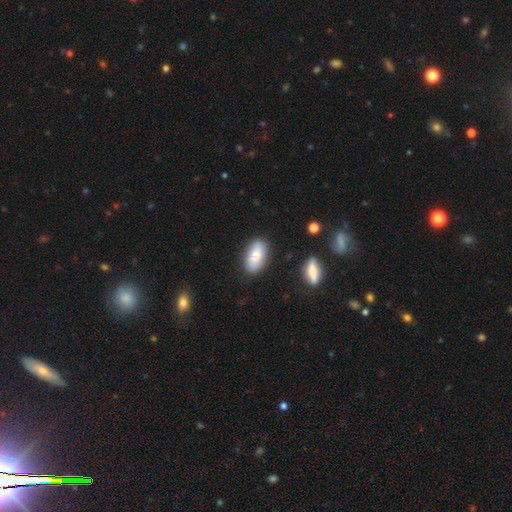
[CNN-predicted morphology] type=smooth (80%); roundness=in between (91%); merging=none (81%).